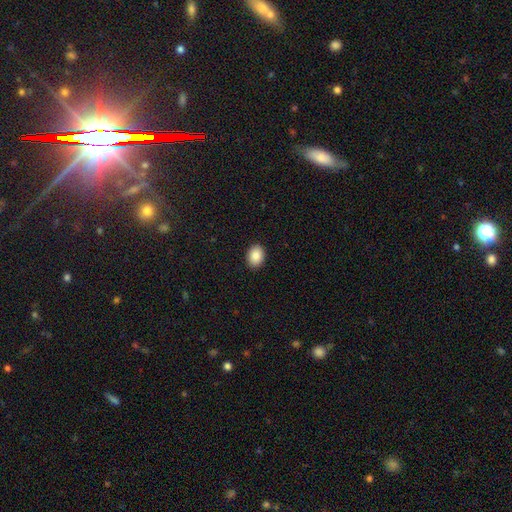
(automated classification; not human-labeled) Morphology: type=smooth (88%); roundness=in between (69%); merging=none (91%).